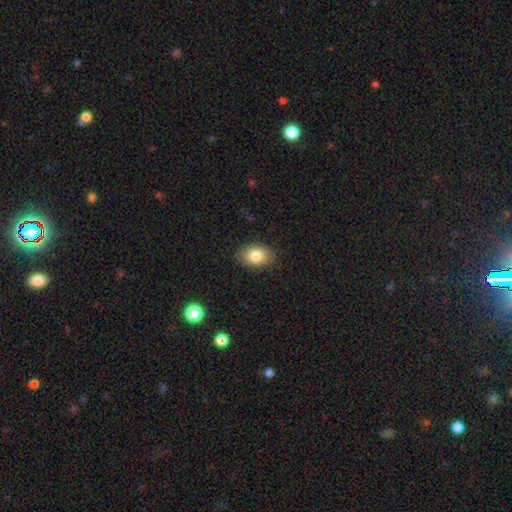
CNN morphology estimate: This is clearly a smooth galaxy (82%). How rounded: clearly in between (82%). Merging: clearly none (87%).